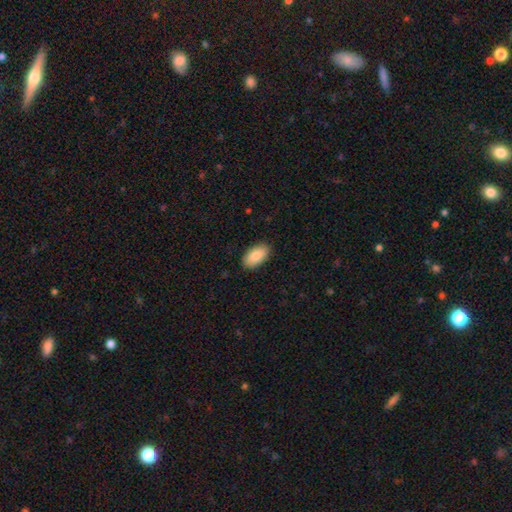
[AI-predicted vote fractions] smooth 87%, featured or disk 7%, star or artifact 6%. Down the decision tree: how rounded — in between (95%); merging — none (88%).